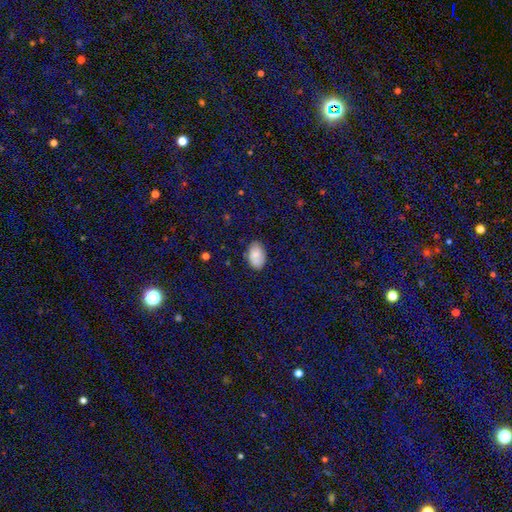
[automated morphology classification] smooth 77%, star or artifact 12%, featured or disk 11%. Down the decision tree: how rounded — in between (91%); merging — none (81%).